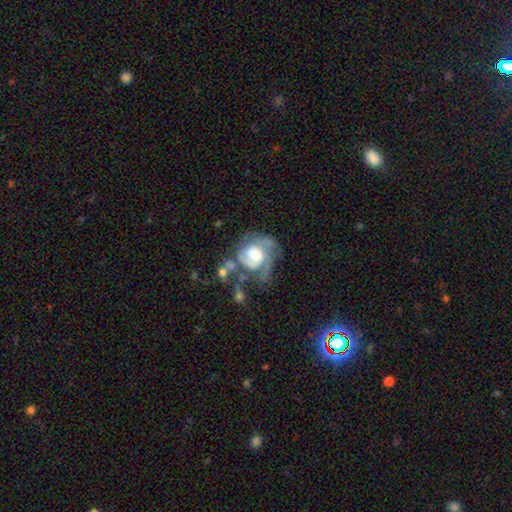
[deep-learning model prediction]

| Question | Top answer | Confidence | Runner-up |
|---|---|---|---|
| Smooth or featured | featured or disk | 73% | smooth (21%) |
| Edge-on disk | no | 97% | yes (3%) |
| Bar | no | 74% | weak (22%) |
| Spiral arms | yes | 84% | no (16%) |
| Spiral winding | tight | 47% | medium (36%) |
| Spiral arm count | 2 | 39% | can't tell (24%) |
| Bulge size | moderate | 49% | large (31%) |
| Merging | major disturbance | 35% | none (31%) |